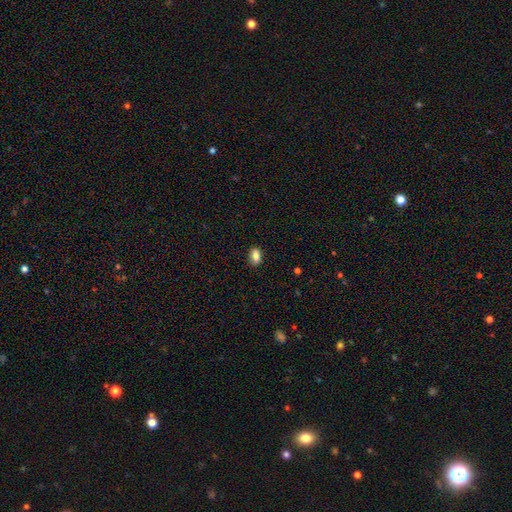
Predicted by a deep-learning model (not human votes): A smooth galaxy with no disk features (83%) that is in between round and cigar-shaped (84%). Merging: none (84%).